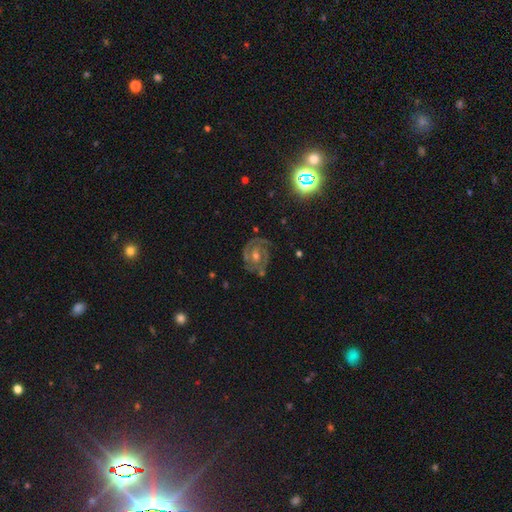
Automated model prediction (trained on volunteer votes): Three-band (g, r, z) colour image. It shows a featured or disk galaxy (84%) with no bar (52%), 2 (61%) tight (64%) spiral arms (97%) and a moderate central bulge (60%). Merging: none (76%).